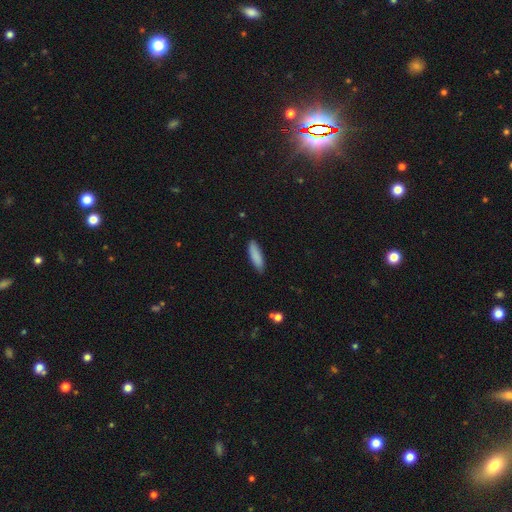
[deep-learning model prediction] smooth 88%, featured or disk 6%, star or artifact 6%. Down the decision tree: how rounded — cigar-shaped (58%); merging — none (86%).